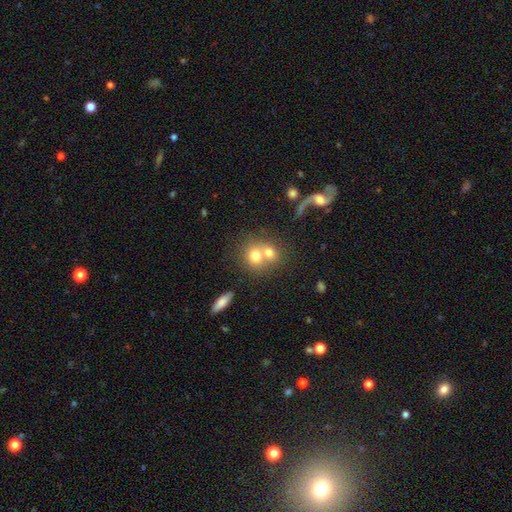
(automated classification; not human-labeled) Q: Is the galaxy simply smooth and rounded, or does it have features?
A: smooth — 71%.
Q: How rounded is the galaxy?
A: round — 72%.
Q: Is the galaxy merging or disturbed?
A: merger — 60%.